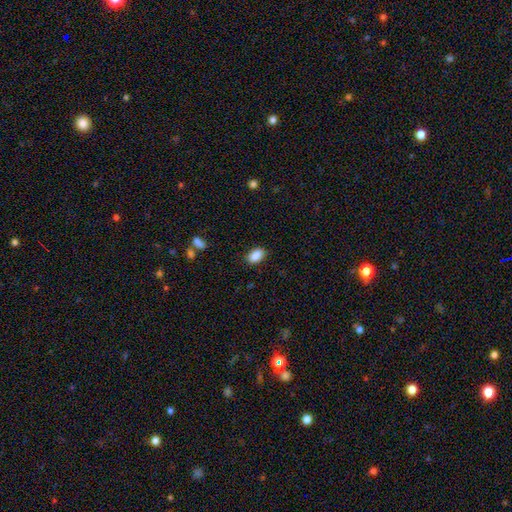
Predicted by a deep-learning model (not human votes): This appears to be a smooth galaxy with no disk features (89%) that is in between round and cigar-shaped (91%). Merging: none (86%).